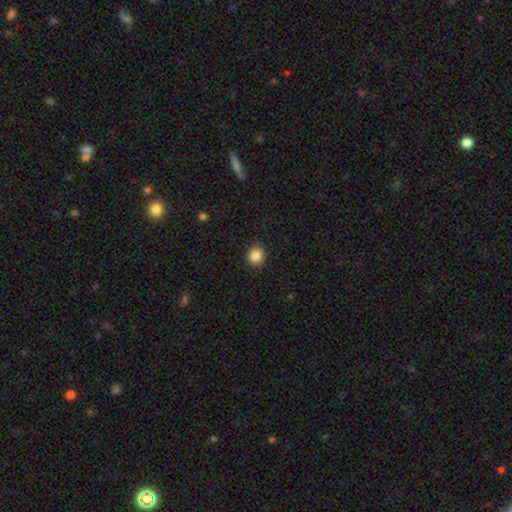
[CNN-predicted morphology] This is clearly a smooth galaxy (87%). How rounded: clearly round (87%). Merging: clearly none (90%).